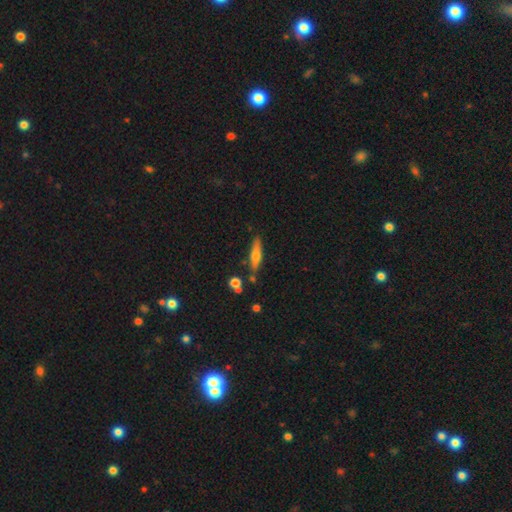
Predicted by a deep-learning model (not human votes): Smooth or featured?
  - smooth: 56% *
  - featured or disk: 36%
  - star or artifact: 7%
How rounded?
  - cigar-shaped: 74% *
  - in between: 24%
  - round: 3%
Merging?
  - none: 79% *
  - minor disturbance: 13%
  - merger: 5%
  - major disturbance: 3%